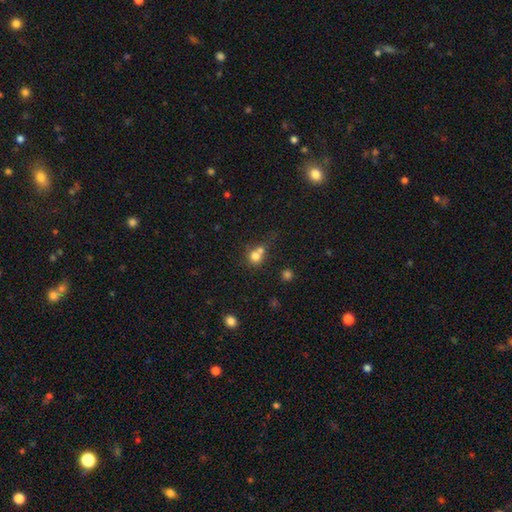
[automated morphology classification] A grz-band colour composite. It shows a smooth galaxy with no disk features (75%) that is round (84%). Merging: merger (49%).